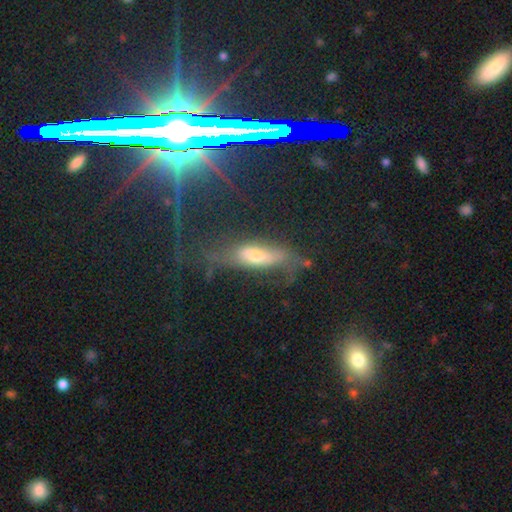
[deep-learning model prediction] This is marginally a smooth galaxy (35%, tied with featured or disk). Merging: likely none (65%).